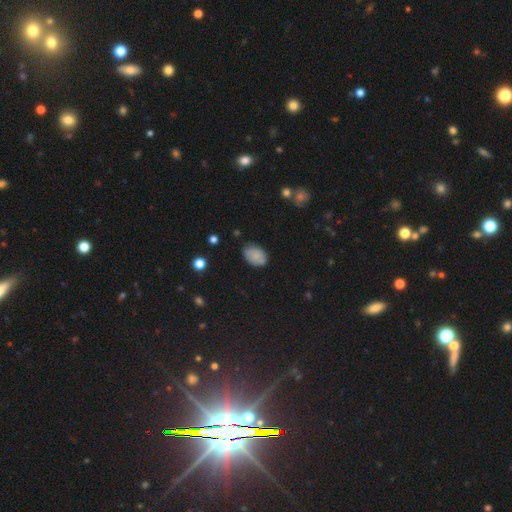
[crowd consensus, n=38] Q: Smooth or featured?
A: smooth (74%); runner-up: featured or disk (21%)
Q: How rounded?
A: in between (96%); runner-up: round (4%)
Q: Merging?
A: none (64%); runner-up: minor disturbance (31%)